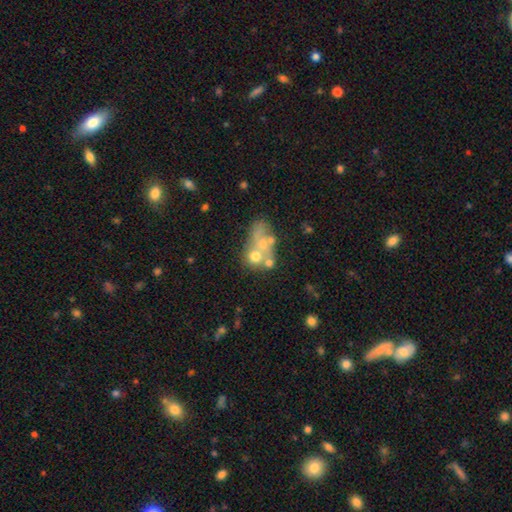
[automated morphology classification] smooth_or_featured: smooth (p=0.39) [alt: featured or disk p=0.34]
merging: merger (p=0.38) [tied with: none p=0.38]